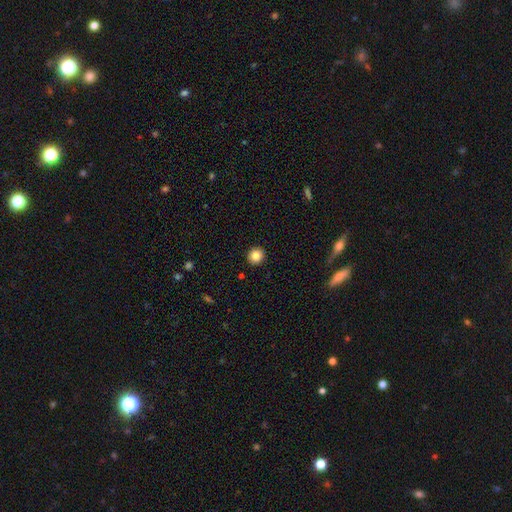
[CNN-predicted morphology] This appears to be a smooth galaxy with no disk features (85%) that is round (88%). Merging: none (92%).